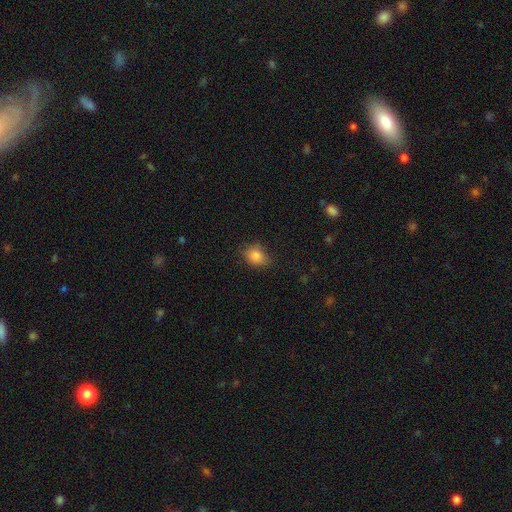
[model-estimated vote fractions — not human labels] Smooth or featured?
  - smooth: 85% *
  - star or artifact: 10%
  - featured or disk: 6%
How rounded?
  - in between: 50% *
  - round: 48%
  - cigar-shaped: 1%
Merging?
  - none: 73% *
  - minor disturbance: 21%
  - major disturbance: 5%
  - merger: 1%